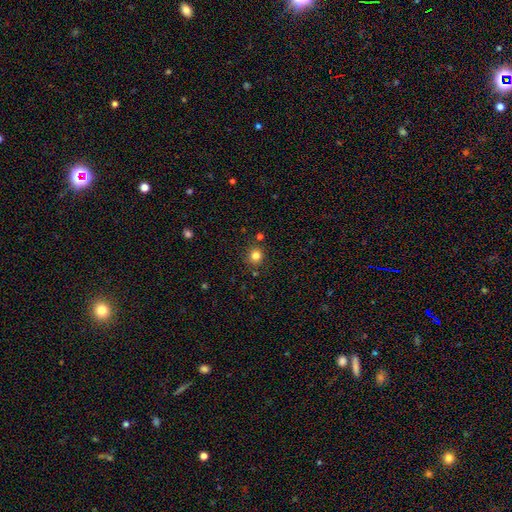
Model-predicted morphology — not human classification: smooth_or_featured: smooth (p=0.81) [alt: star or artifact p=0.14]
how_rounded: round (p=0.90) [alt: in between p=0.09]
merging: none (p=0.85) [alt: minor disturbance p=0.08]